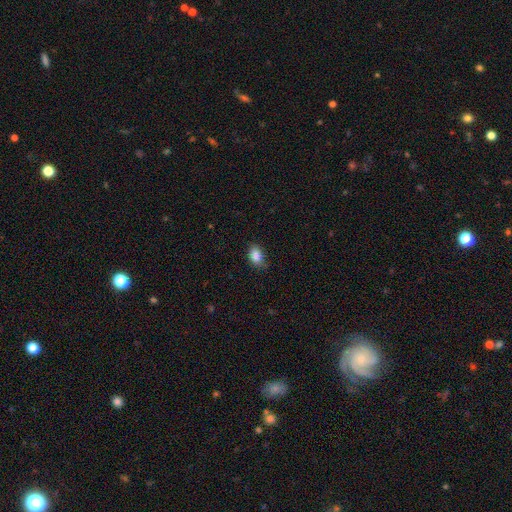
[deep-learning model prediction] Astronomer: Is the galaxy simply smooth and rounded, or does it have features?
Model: smooth — 87%.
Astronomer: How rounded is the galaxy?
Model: in between — 83%.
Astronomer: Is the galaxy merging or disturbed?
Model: none — 77%.